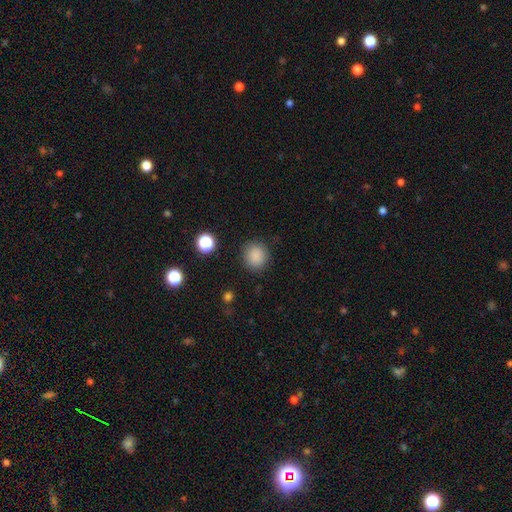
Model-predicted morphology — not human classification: smooth-or-featured: smooth: 86% | star or artifact: 11% | featured or disk: 4%
  how-rounded: round: 87% | in between: 12% | cigar-shaped: 1%
  merging: none: 87% | minor disturbance: 9% | major disturbance: 3% | merger: 1%